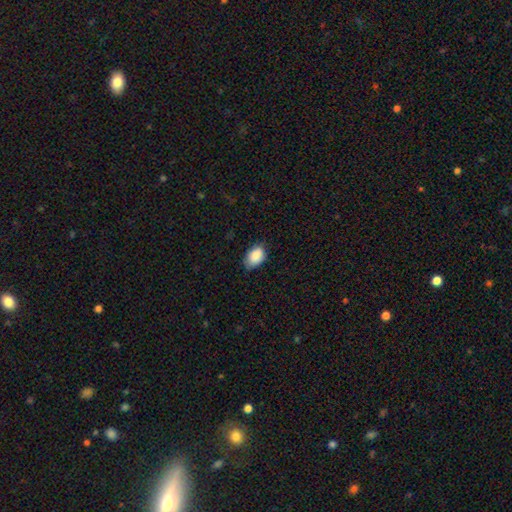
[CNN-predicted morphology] This is clearly a smooth galaxy (88%). How rounded: clearly in between (89%). Merging: likely none (74%).